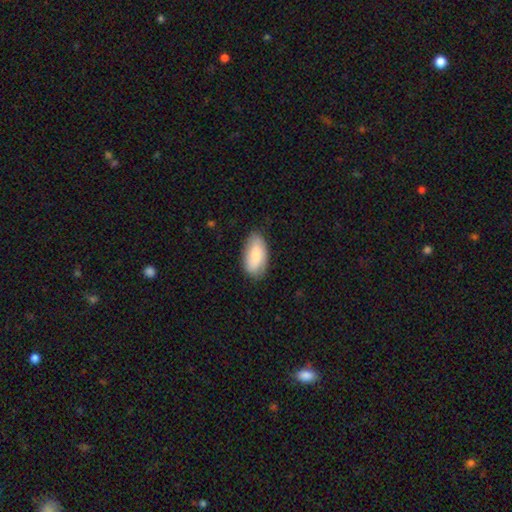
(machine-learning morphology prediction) This appears to be a smooth galaxy with no disk features (76%) that is in between round and cigar-shaped (94%). Merging: none (79%).